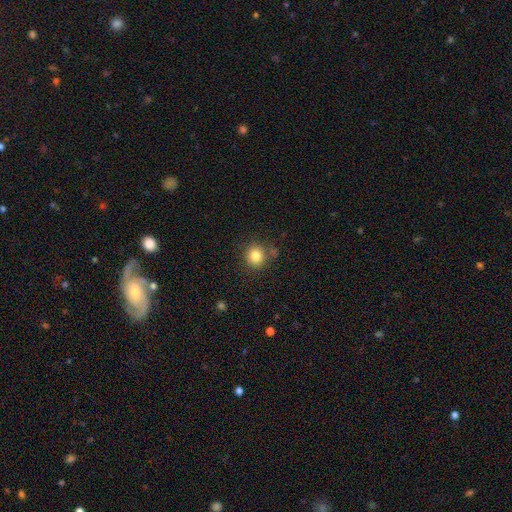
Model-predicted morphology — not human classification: smooth-or-featured: smooth: 83% | star or artifact: 11% | featured or disk: 6%
  how-rounded: round: 90% | in between: 9% | cigar-shaped: 1%
  merging: none: 81% | minor disturbance: 11% | merger: 4% | major disturbance: 3%